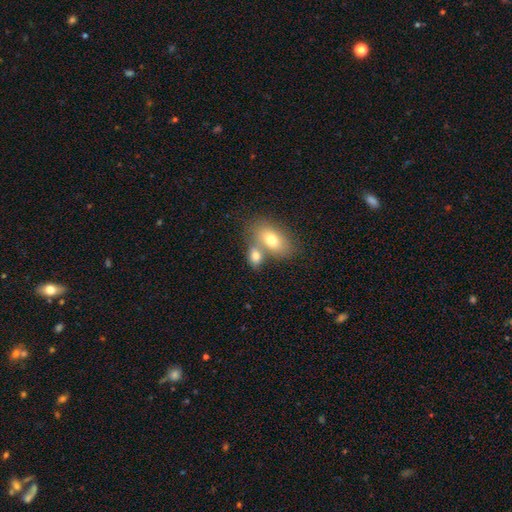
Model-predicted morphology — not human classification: This is likely a smooth galaxy (77%). How rounded: clearly in between (85%). Merging: possibly merger (53%).